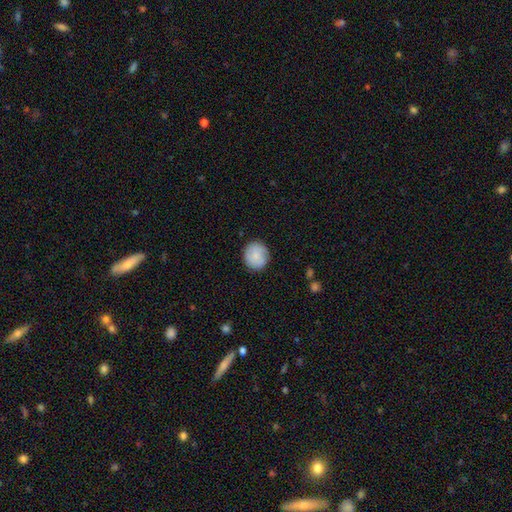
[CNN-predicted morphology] Overall: smooth (82%). How rounded: round (90%). Merging: none (87%).